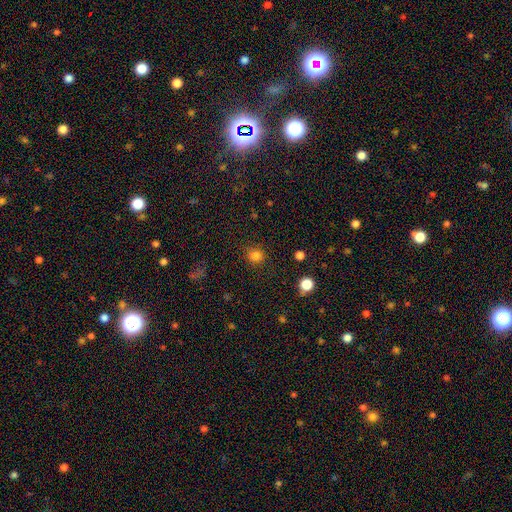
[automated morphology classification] The model was most divided on "how rounded": round: 81%, in between: 18%, cigar-shaped: 1%. More confident: merging — none (85%); smooth or featured — smooth (81%).